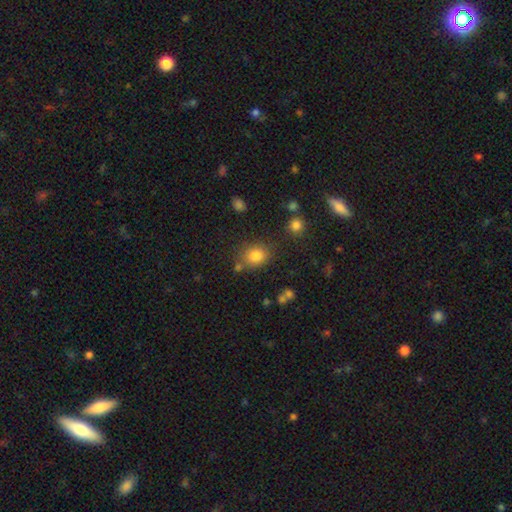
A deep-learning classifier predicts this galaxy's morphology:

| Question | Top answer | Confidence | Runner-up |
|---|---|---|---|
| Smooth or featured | smooth | 80% | star or artifact (12%) |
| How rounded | round | 60% | in between (39%) |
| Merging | none | 73% | minor disturbance (13%) |